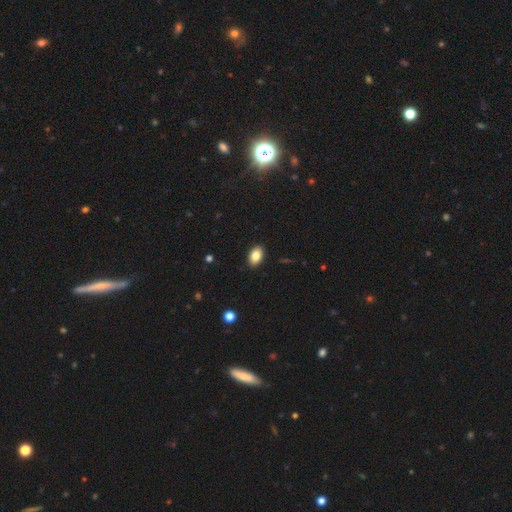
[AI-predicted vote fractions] smooth-or-featured: smooth: 85% | star or artifact: 8% | featured or disk: 6%
  how-rounded: in between: 89% | round: 10% | cigar-shaped: 1%
  merging: none: 90% | minor disturbance: 7% | major disturbance: 2% | merger: 1%